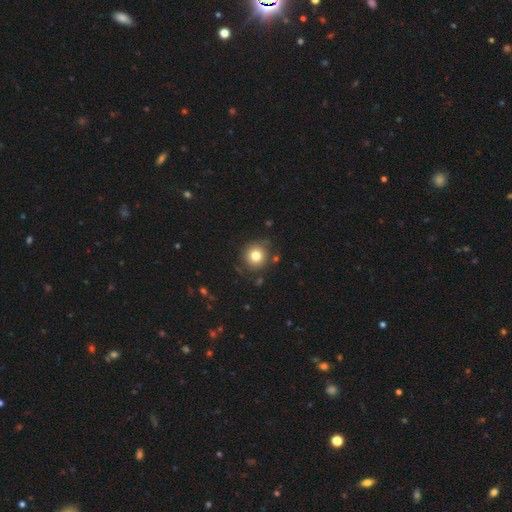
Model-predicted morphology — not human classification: smooth 80%, star or artifact 11%, featured or disk 9%. Down the decision tree: how rounded — round (91%); merging — none (83%).